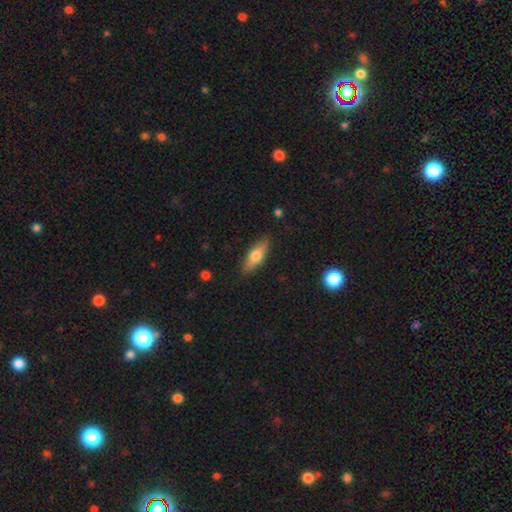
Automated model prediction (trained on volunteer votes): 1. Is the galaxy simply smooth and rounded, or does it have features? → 60% smooth, 33% featured or disk, 6% star or artifact.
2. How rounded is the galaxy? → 55% in between, 42% cigar-shaped, 3% round.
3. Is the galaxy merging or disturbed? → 86% none, 10% minor disturbance, 2% major disturbance, 1% merger.